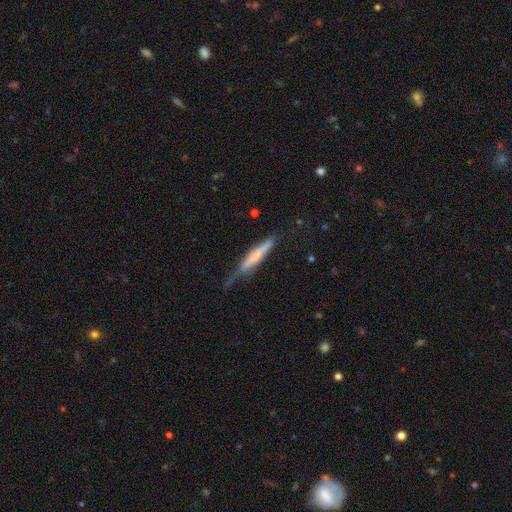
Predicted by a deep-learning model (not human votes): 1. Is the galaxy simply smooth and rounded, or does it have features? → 57% smooth, 37% featured or disk, 6% star or artifact.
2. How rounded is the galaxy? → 92% cigar-shaped, 7% in between, 1% round.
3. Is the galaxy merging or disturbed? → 48% none, 36% minor disturbance, 14% major disturbance, 3% merger.